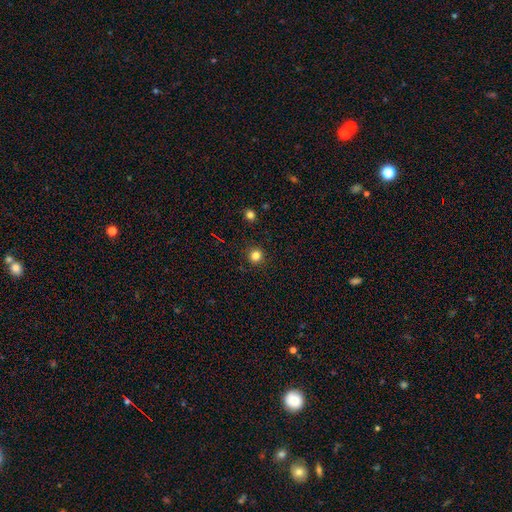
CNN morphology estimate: Smooth or featured: smooth — 82% (star or artifact — 13%)
How rounded: round — 94% (in between — 5%)
Merging: none — 91% (minor disturbance — 5%)